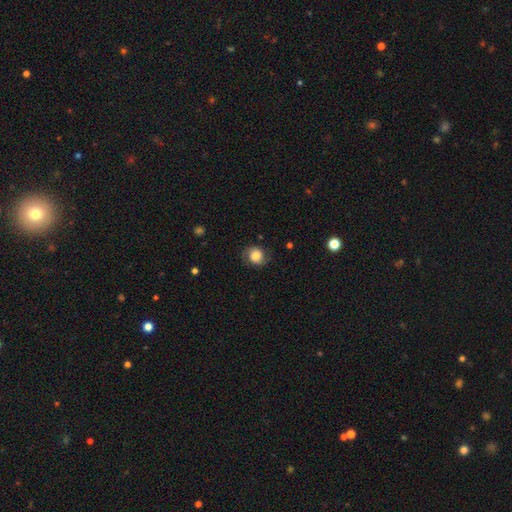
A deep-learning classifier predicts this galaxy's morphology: Smooth or featured?
  - smooth: 54% *
  - featured or disk: 36%
  - star or artifact: 9%
How rounded?
  - round: 70% *
  - in between: 29%
  - cigar-shaped: 1%
Merging?
  - none: 73% *
  - minor disturbance: 19%
  - major disturbance: 8%
  - merger: 1%